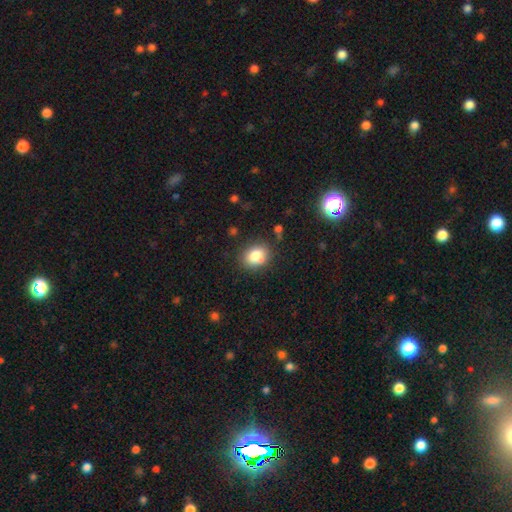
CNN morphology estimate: smooth-or-featured: smooth: 82% | star or artifact: 10% | featured or disk: 8%
  how-rounded: round: 54% | in between: 45% | cigar-shaped: 1%
  merging: none: 77% | minor disturbance: 14% | merger: 5% | major disturbance: 4%